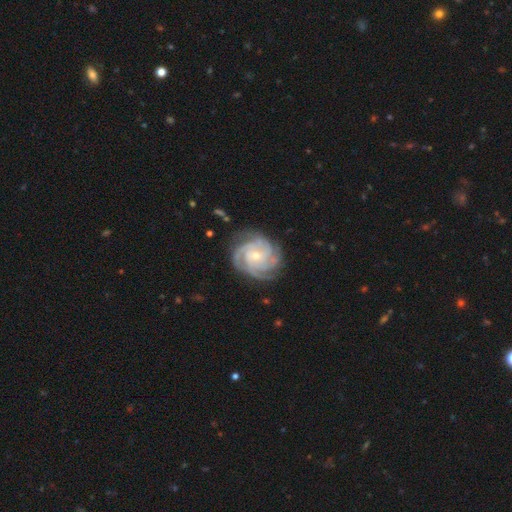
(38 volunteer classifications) This appears to be a featured or disk galaxy (92%) with no bar (65%), 4 (76%) tight (88%) spiral arms (100%) and a small central bulge (65%). Merging: none (57%).